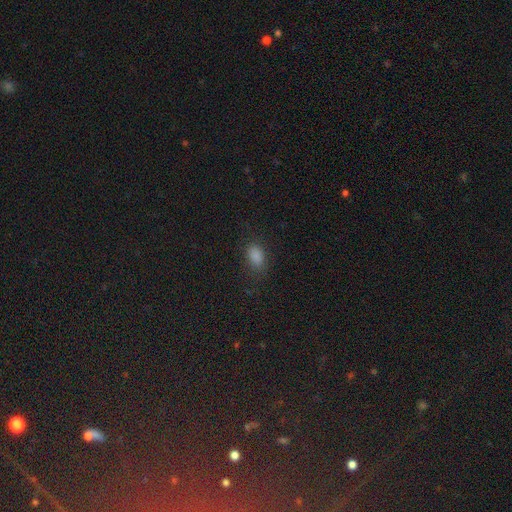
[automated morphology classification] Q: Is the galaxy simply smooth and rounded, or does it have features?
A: smooth — 79%.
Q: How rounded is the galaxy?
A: in between — 86%.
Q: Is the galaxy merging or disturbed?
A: none — 76%.